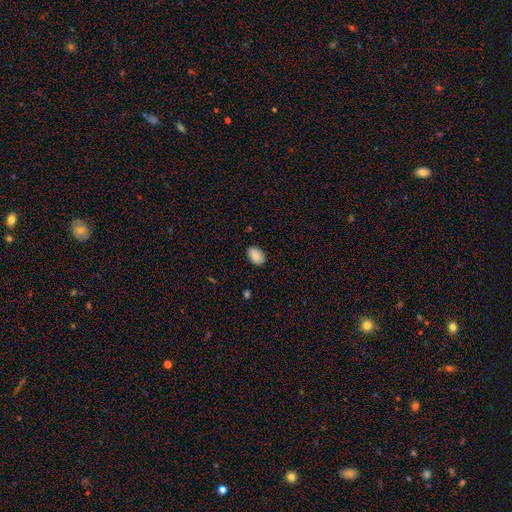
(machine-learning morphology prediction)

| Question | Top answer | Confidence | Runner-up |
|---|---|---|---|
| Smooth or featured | smooth | 88% | star or artifact (7%) |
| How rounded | in between | 87% | round (12%) |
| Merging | none | 87% | minor disturbance (10%) |